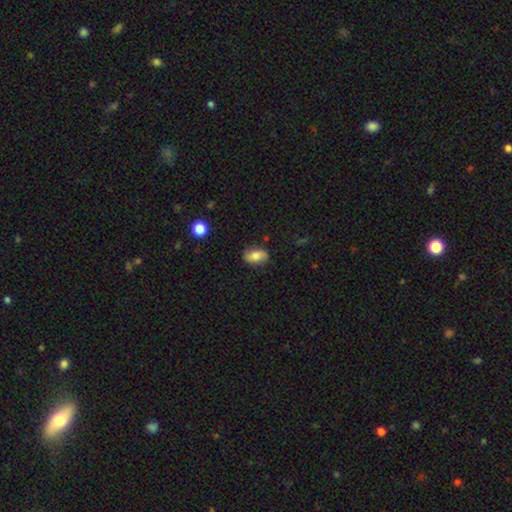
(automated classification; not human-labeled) smooth-or-featured: smooth: 71% | featured or disk: 21% | star or artifact: 8%
  how-rounded: in between: 87% | round: 11% | cigar-shaped: 3%
  merging: none: 78% | minor disturbance: 17% | major disturbance: 3% | merger: 1%